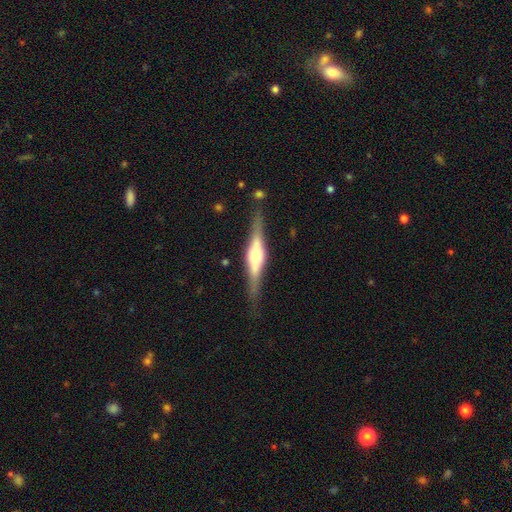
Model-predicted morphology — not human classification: A featured or disk galaxy (74%) viewed edge-on (97%) with a rounded central bulge (78%). Merging: none (84%).